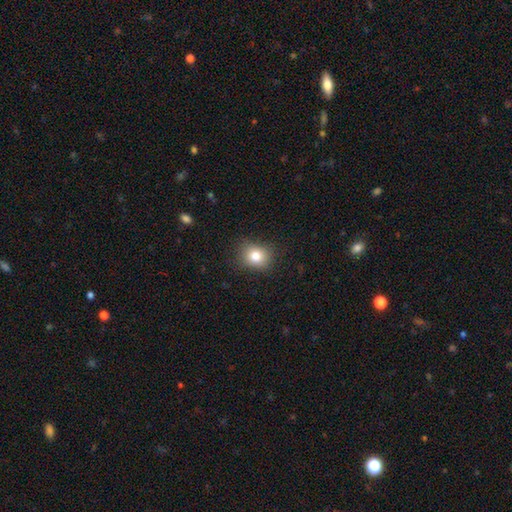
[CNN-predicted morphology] smooth_or_featured: smooth (p=0.79) [alt: star or artifact p=0.12]
how_rounded: round (p=0.66) [alt: in between p=0.33]
merging: none (p=0.83) [alt: minor disturbance p=0.12]